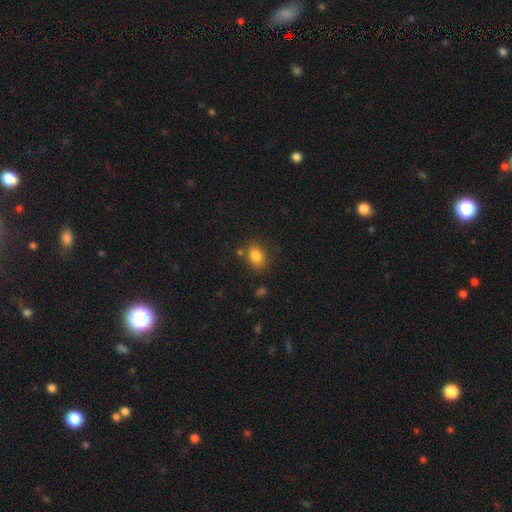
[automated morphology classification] smooth 83%, star or artifact 10%, featured or disk 7%. Down the decision tree: how rounded — in between (64%); merging — none (75%).